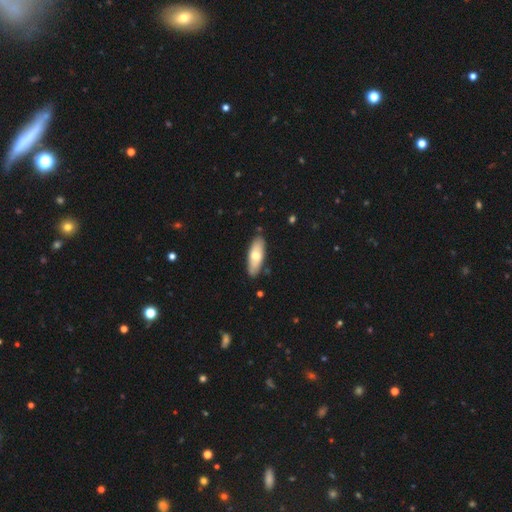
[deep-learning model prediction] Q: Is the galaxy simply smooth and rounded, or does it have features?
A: smooth — 61%.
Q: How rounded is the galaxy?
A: in between — 70%.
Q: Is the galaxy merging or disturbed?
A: none — 84%.